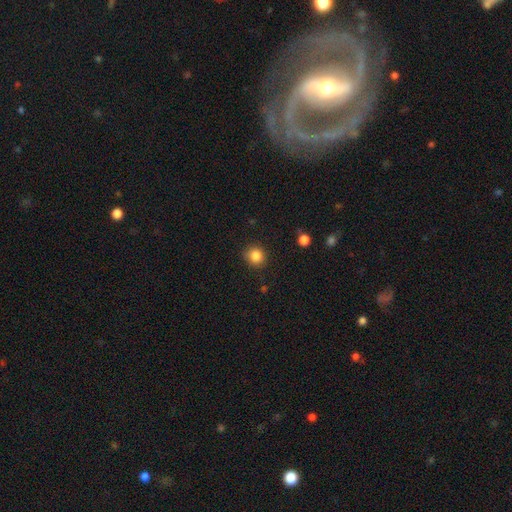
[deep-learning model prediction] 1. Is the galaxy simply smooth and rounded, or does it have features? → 85% smooth, 11% star or artifact, 4% featured or disk.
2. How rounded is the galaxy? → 89% round, 10% in between, 1% cigar-shaped.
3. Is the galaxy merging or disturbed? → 87% none, 9% minor disturbance, 2% major disturbance, 1% merger.